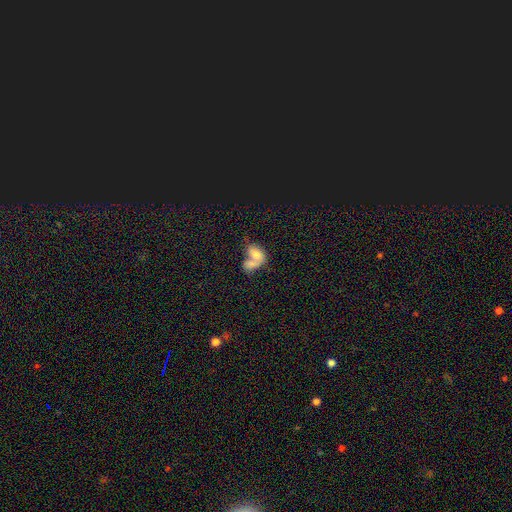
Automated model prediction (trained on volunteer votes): This appears to be a smooth galaxy with no disk features (68%) that is in between round and cigar-shaped (83%). Merging: merger (70%).